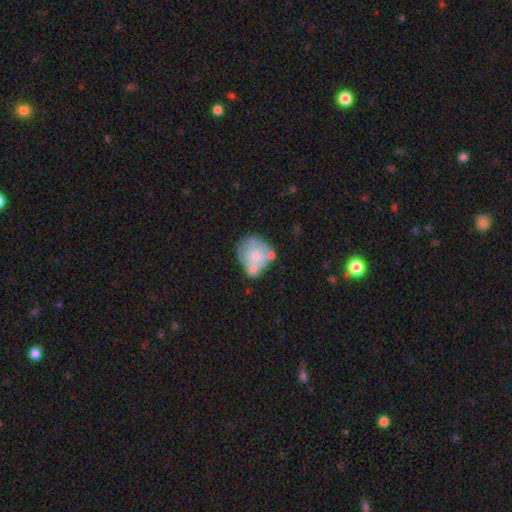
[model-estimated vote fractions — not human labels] Q: Smooth or featured?
A: smooth (54%); runner-up: featured or disk (38%)
Q: How rounded?
A: round (65%); runner-up: in between (34%)
Q: Merging?
A: none (35%); runner-up: merger (29%)